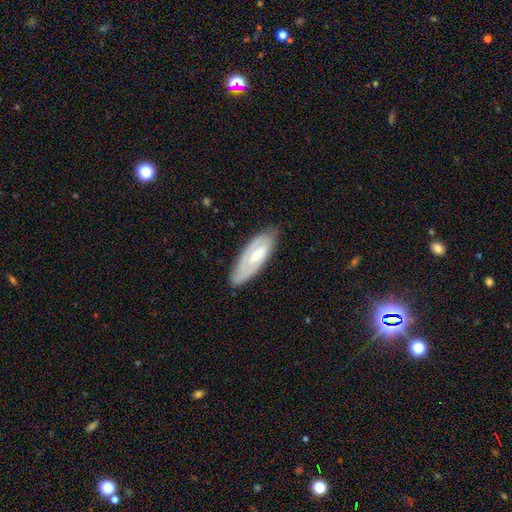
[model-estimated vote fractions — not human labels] Morphology: type=featured or disk (59%); edge-on=no (83%); merging=none (75%).